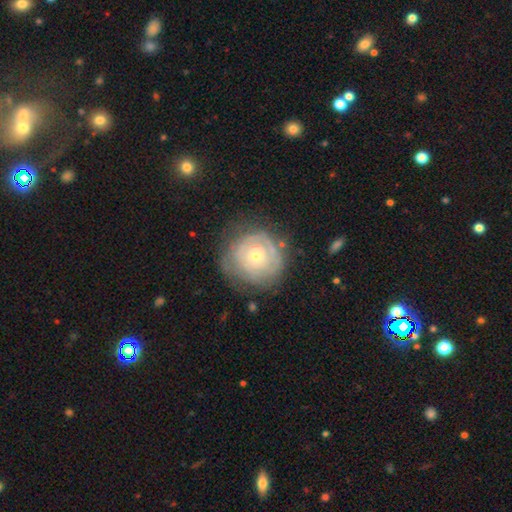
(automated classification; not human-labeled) Q: Smooth or featured?
A: featured or disk (65%); runner-up: smooth (28%)
Q: Edge-on disk?
A: no (97%); runner-up: yes (3%)
Q: Bar?
A: no (87%); runner-up: weak (11%)
Q: Spiral arms?
A: yes (71%); runner-up: no (29%)
Q: Bulge size?
A: small (66%); runner-up: moderate (30%)
Q: Merging?
A: none (71%); runner-up: minor disturbance (18%)